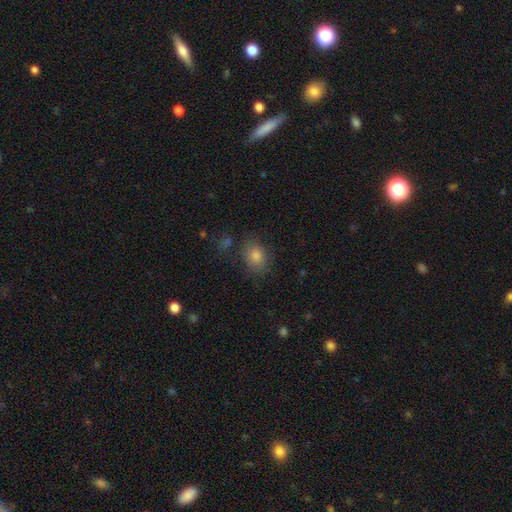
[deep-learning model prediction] Smooth or featured? smooth (77%)
How rounded? in between (53%)
Merging? none (79%)